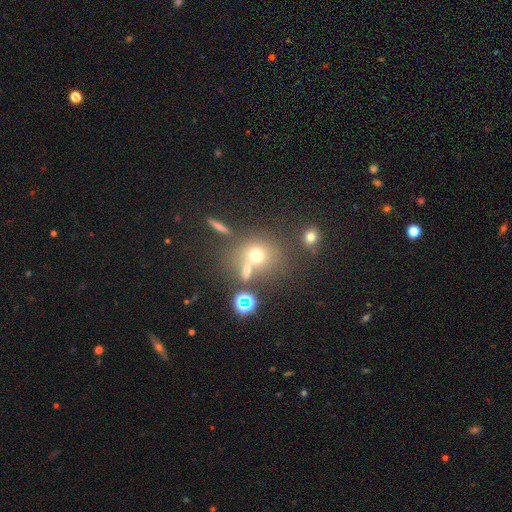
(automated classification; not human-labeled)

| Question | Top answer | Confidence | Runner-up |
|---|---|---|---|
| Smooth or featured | smooth | 64% | star or artifact (22%) |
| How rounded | round | 77% | in between (21%) |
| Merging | none | 51% | merger (31%) |